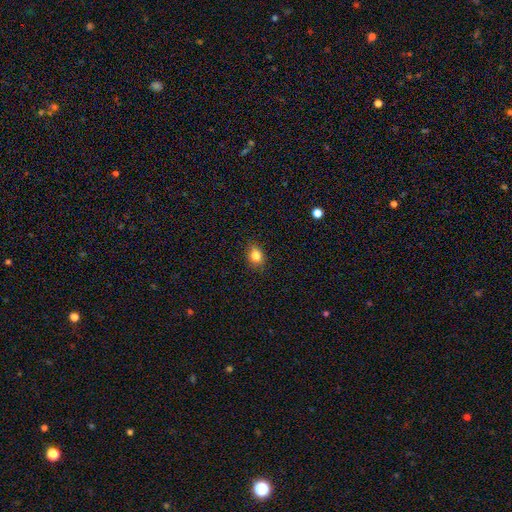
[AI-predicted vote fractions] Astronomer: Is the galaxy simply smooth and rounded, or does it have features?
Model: smooth — 82%.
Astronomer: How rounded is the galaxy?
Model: in between — 51% (runner-up: round, 48%).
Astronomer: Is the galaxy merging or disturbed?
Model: none — 85%.